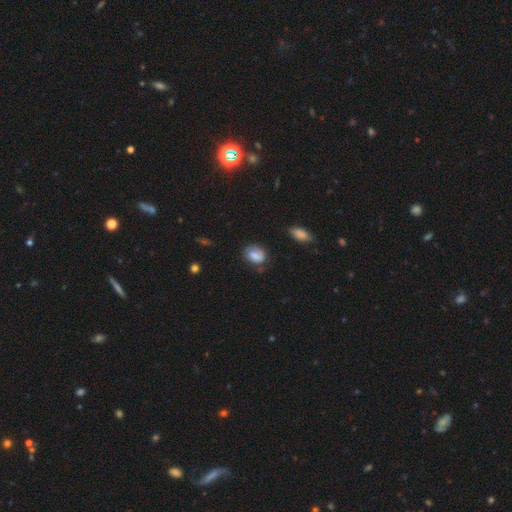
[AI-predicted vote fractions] This appears to be a smooth galaxy with no disk features (71%) that is in between round and cigar-shaped (67%). Merging: none (62%).